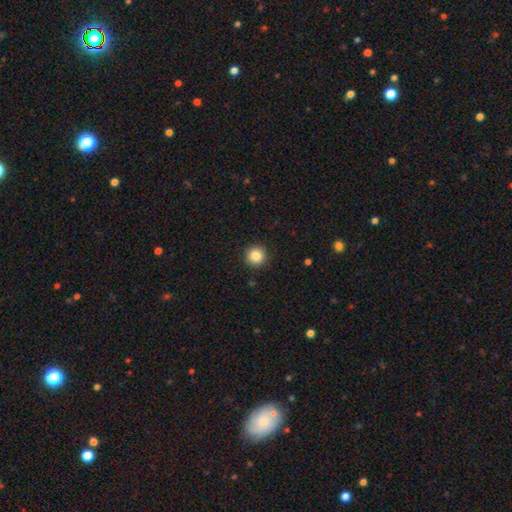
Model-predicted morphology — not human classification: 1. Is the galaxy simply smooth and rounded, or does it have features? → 85% smooth, 10% star or artifact, 5% featured or disk.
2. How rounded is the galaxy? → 94% round, 5% in between, 1% cigar-shaped.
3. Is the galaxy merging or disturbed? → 91% none, 6% minor disturbance, 2% major disturbance, 1% merger.